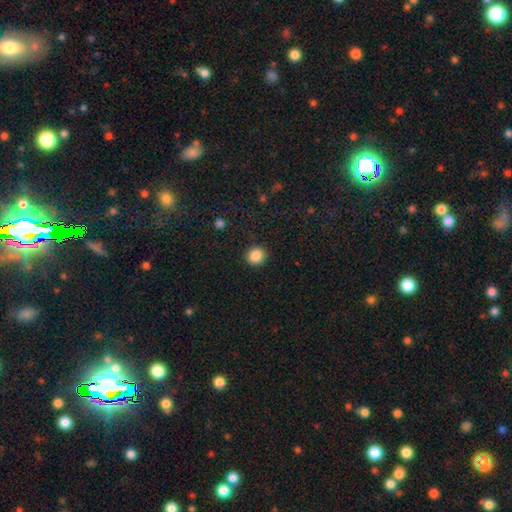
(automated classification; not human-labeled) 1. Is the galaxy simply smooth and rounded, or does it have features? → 87% smooth, 10% star or artifact, 3% featured or disk.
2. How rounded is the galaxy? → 88% round, 11% in between, 1% cigar-shaped.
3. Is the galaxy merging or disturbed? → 91% none, 6% minor disturbance, 2% major disturbance, 1% merger.